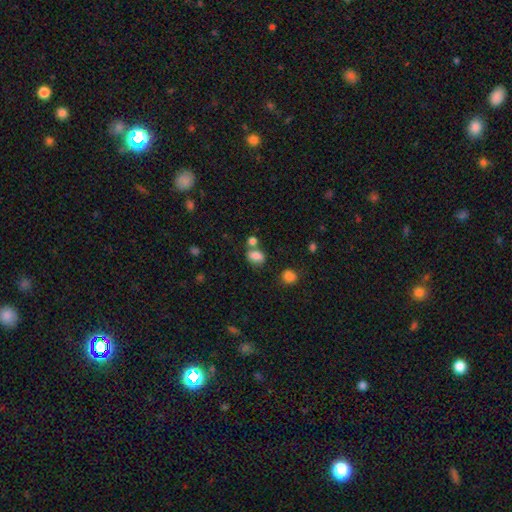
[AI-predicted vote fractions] A smooth galaxy with no disk features (81%) that is in between round and cigar-shaped (69%).

Vote fractions:
- Smooth or featured? smooth: 81% / star or artifact: 11% / featured or disk: 8%
- How rounded? in between: 69% / round: 30% / cigar-shaped: 1%
- Merging? none: 49% / merger: 29% / minor disturbance: 16% / major disturbance: 6%